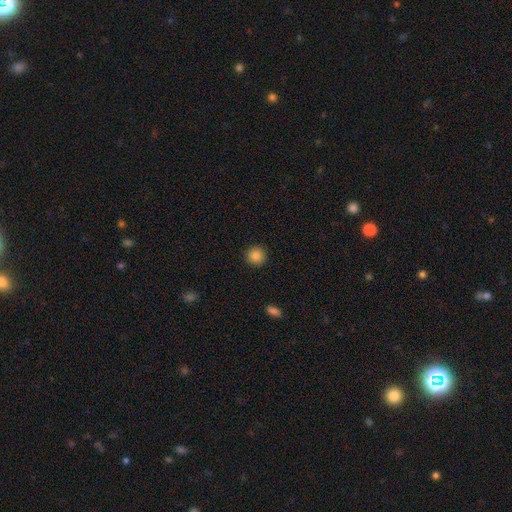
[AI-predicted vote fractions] Overall: smooth (86%). How rounded: round (94%). Merging: none (92%).